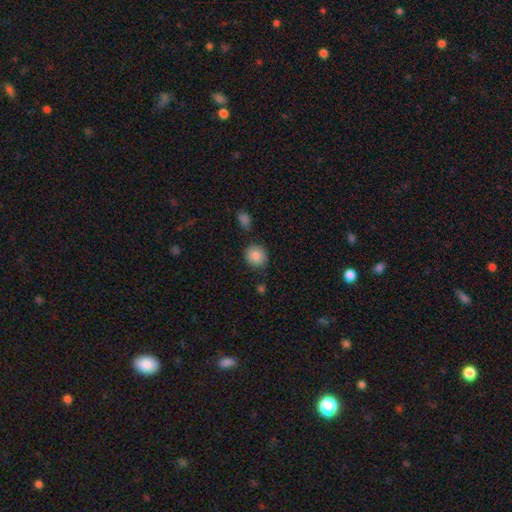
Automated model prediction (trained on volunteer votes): A smooth galaxy with no disk features (87%) that is round (83%). Merging: none (81%).